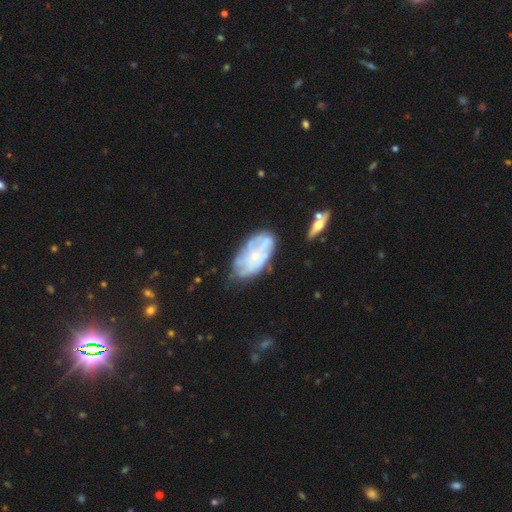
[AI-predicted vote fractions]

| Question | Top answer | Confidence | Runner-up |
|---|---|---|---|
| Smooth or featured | featured or disk | 62% | smooth (29%) |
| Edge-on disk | no | 94% | yes (6%) |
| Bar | no | 82% | weak (15%) |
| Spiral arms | no | 51% | yes (49%) |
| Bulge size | small | 67% | moderate (18%) |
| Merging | none | 56% | minor disturbance (26%) |